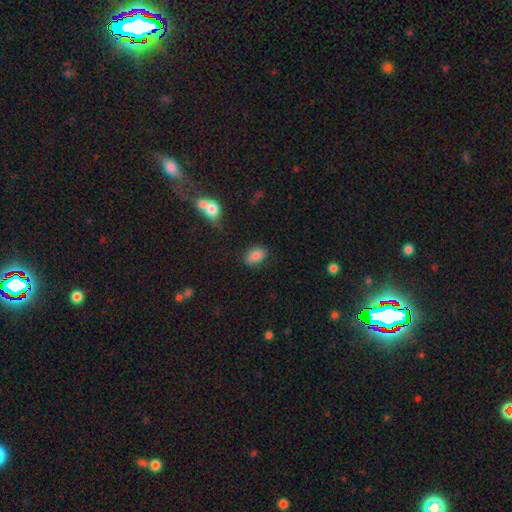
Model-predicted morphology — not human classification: Overall: smooth (84%). How rounded: in between (85%). Merging: none (80%).